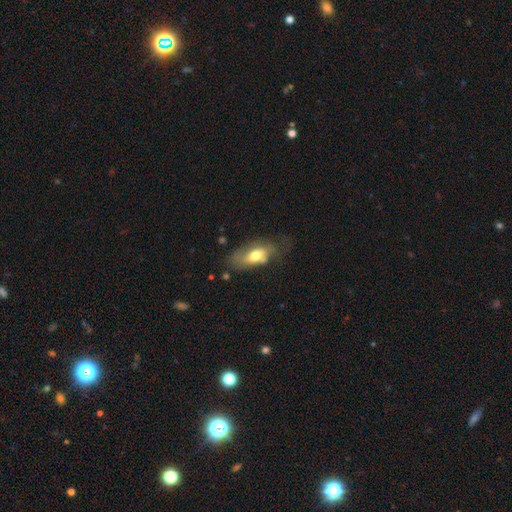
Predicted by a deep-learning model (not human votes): This appears to be a smooth galaxy with no disk features (61%) that is in between round and cigar-shaped (86%). Merging: none (45%).